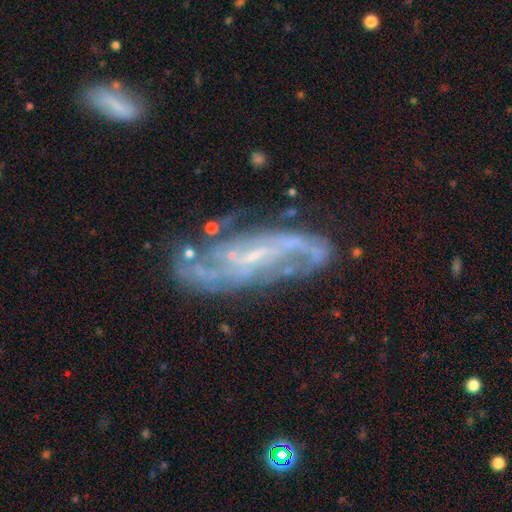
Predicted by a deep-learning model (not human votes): This appears to be a featured or disk galaxy (83%) with no bar (42%), 2 (44%) medium (41%) spiral arms (91%) and a small central bulge (76%). Merging: none (63%).